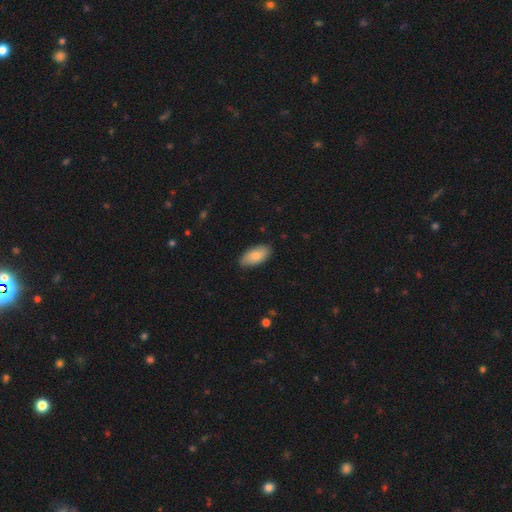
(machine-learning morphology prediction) Smooth or featured?
  - smooth: 81% *
  - featured or disk: 14%
  - star or artifact: 6%
How rounded?
  - in between: 93% *
  - cigar-shaped: 5%
  - round: 2%
Merging?
  - none: 84% *
  - minor disturbance: 13%
  - major disturbance: 2%
  - merger: 1%